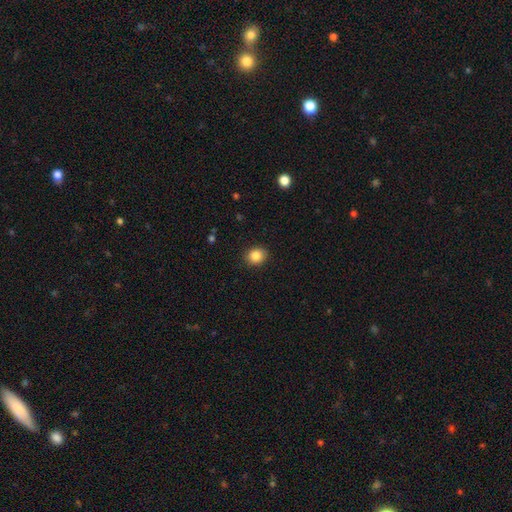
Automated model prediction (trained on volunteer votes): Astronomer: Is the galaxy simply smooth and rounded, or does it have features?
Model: smooth — 86%.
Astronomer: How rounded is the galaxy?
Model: round — 68%.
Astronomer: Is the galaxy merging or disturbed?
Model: none — 90%.